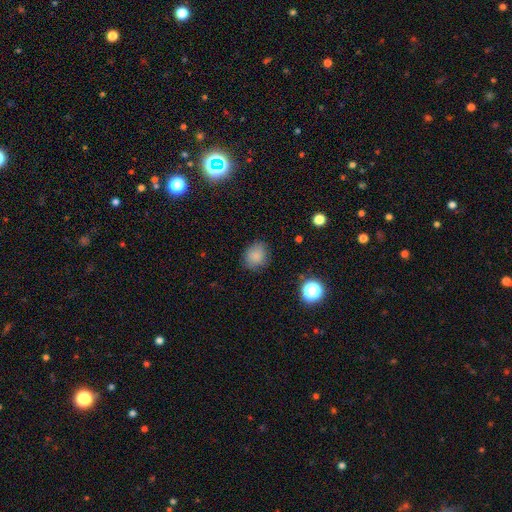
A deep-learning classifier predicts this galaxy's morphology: Smooth or featured?
  - smooth: 83% *
  - star or artifact: 12%
  - featured or disk: 5%
How rounded?
  - round: 73% *
  - in between: 26%
  - cigar-shaped: 1%
Merging?
  - none: 81% *
  - minor disturbance: 14%
  - major disturbance: 4%
  - merger: 1%